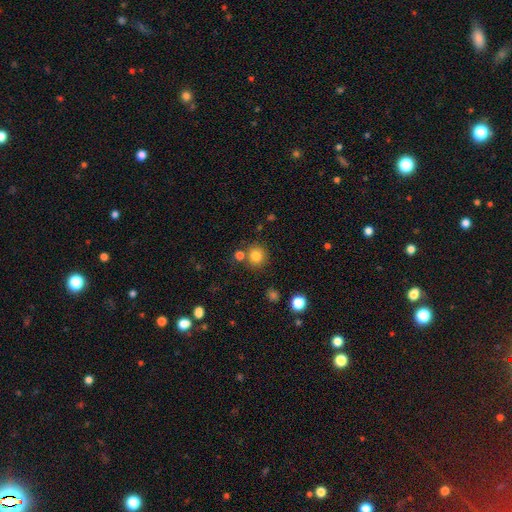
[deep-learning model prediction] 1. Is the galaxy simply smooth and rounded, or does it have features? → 81% smooth, 12% star or artifact, 6% featured or disk.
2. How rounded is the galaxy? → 92% round, 8% in between, 1% cigar-shaped.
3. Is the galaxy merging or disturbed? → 77% none, 11% merger, 8% minor disturbance, 3% major disturbance.